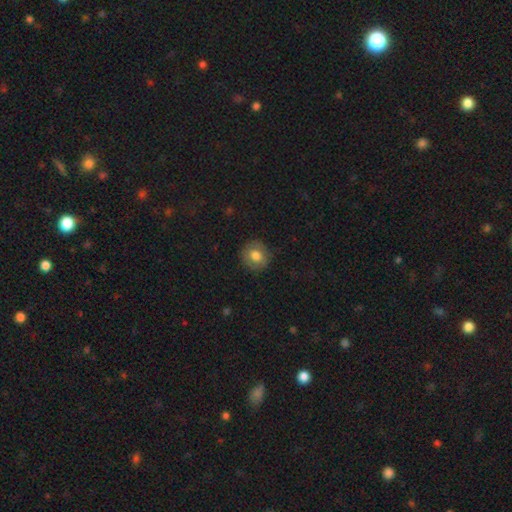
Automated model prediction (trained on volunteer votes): Q: Smooth or featured?
A: smooth (76%); runner-up: featured or disk (16%)
Q: How rounded?
A: round (87%); runner-up: in between (13%)
Q: Merging?
A: none (86%); runner-up: minor disturbance (10%)